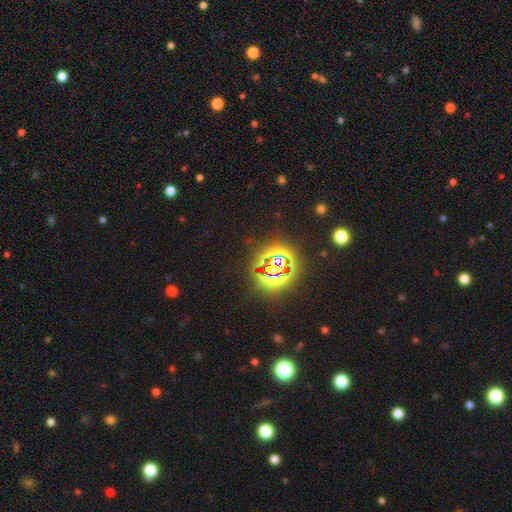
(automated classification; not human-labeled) star or artifact 83%, smooth 10%, featured or disk 6%.